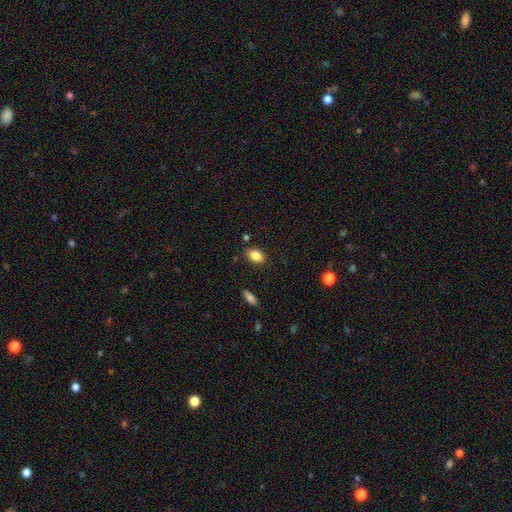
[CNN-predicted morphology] A smooth galaxy with no disk features (85%) that is in between round and cigar-shaped (88%).

Vote fractions:
- Smooth or featured? smooth: 85% / star or artifact: 9% / featured or disk: 6%
- How rounded? in between: 88% / round: 9% / cigar-shaped: 3%
- Merging? none: 84% / minor disturbance: 11% / merger: 3% / major disturbance: 3%